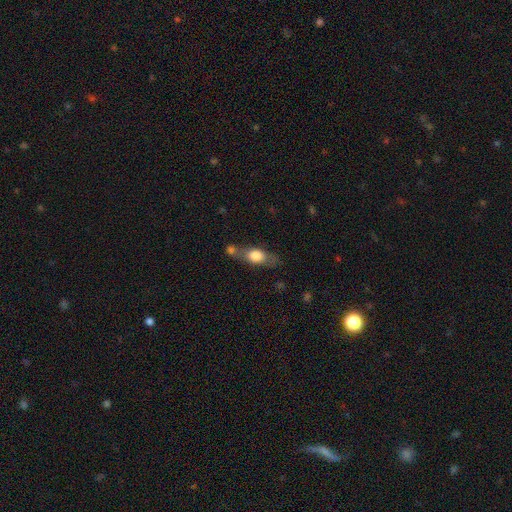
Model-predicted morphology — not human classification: This is likely a smooth galaxy (65%). How rounded: likely in between (64%). Merging: possibly none (46%).